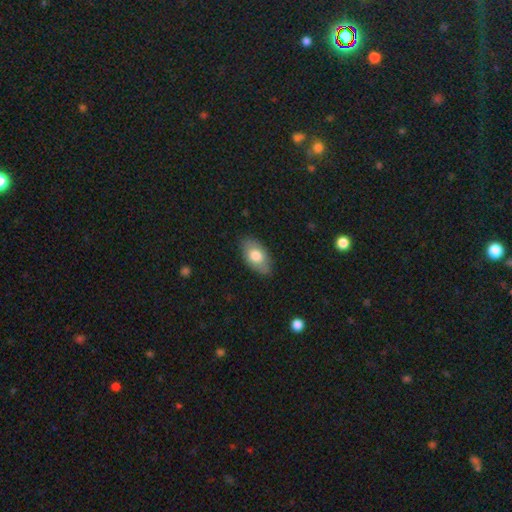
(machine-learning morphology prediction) Smooth or featured? smooth (75%)
How rounded? in between (93%)
Merging? none (80%)